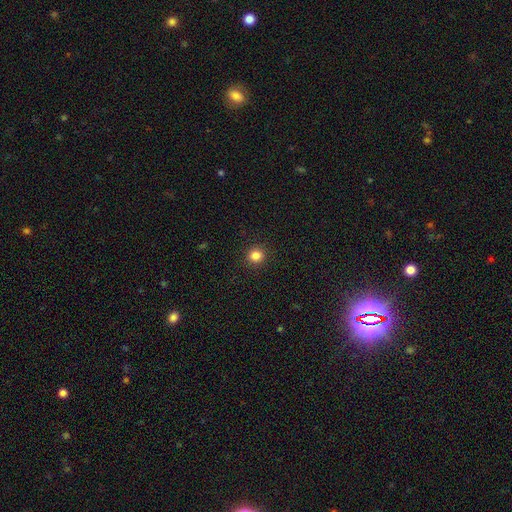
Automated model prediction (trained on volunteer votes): This is clearly a smooth galaxy (84%). How rounded: clearly round (91%). Merging: clearly none (92%).